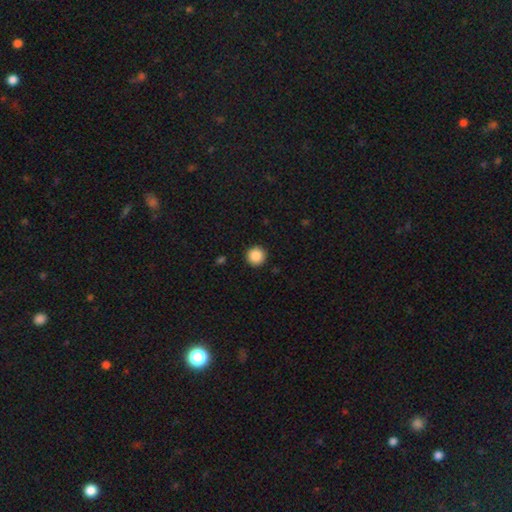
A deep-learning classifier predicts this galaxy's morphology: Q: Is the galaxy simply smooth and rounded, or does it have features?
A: smooth — 88%.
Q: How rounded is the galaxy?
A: round — 96%.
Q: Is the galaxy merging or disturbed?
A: none — 93%.